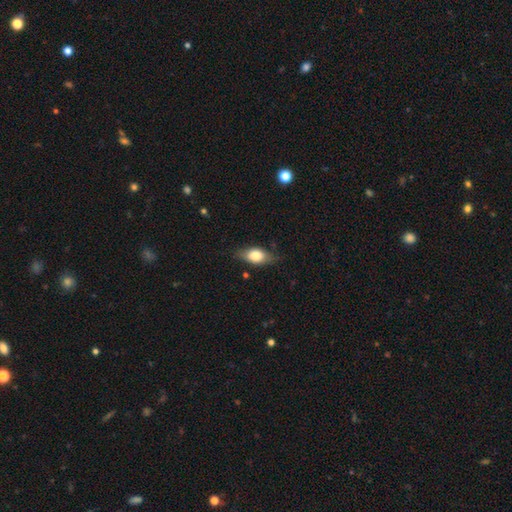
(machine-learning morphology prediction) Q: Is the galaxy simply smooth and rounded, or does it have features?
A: smooth — 69%.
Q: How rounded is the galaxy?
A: in between — 81%.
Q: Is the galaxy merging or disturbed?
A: none — 74%.